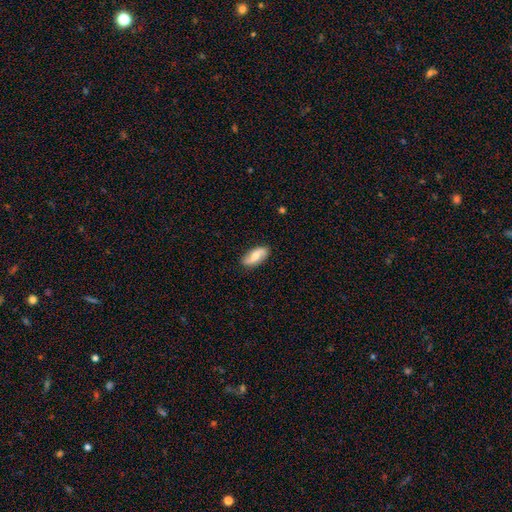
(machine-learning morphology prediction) Smooth or featured? featured or disk (58%)
Edge-on disk? no (92%)
Bar? weak (42%)
Spiral arms? yes (91%)
Bulge size? moderate (57%)
Merging? none (86%)